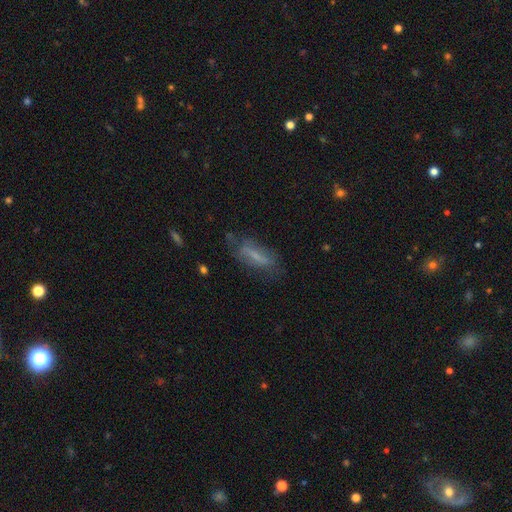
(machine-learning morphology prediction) type=smooth (51%); roundness=cigar-shaped (51%); merging=none (61%).